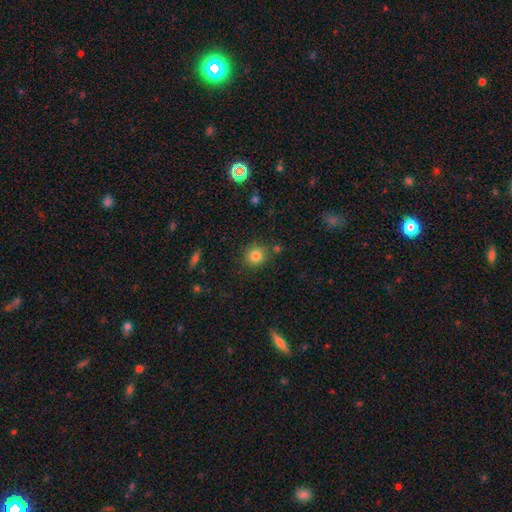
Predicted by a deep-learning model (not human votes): Smooth or featured?
  - smooth: 83% *
  - star or artifact: 11%
  - featured or disk: 6%
How rounded?
  - round: 87% *
  - in between: 12%
  - cigar-shaped: 1%
Merging?
  - none: 82% *
  - minor disturbance: 10%
  - merger: 5%
  - major disturbance: 3%